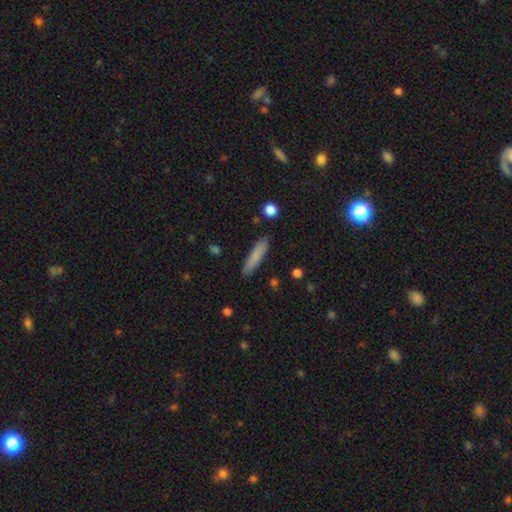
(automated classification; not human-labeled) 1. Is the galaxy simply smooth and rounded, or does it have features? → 80% smooth, 13% featured or disk, 7% star or artifact.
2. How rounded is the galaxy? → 88% cigar-shaped, 11% in between, 1% round.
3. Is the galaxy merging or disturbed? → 87% none, 9% minor disturbance, 2% merger, 2% major disturbance.